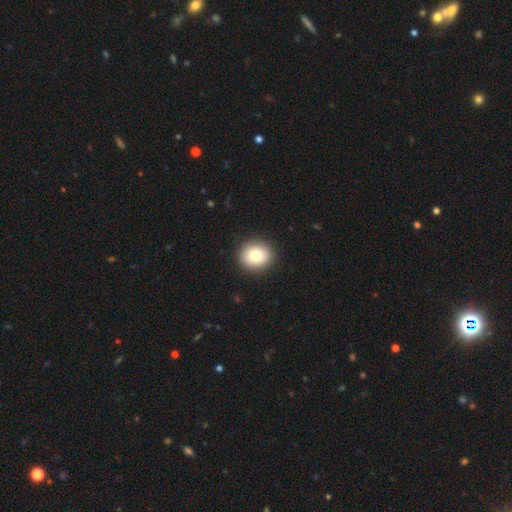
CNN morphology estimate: Smooth or featured? Predicted: smooth (p=0.83). How rounded? Predicted: round (p=0.75). Merging? Predicted: none (p=0.90).